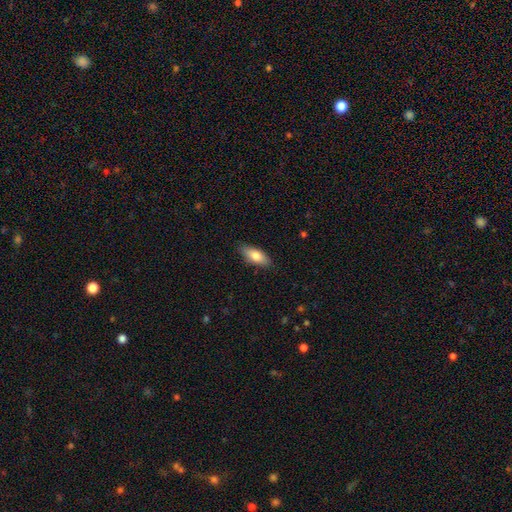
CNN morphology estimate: smooth_or_featured: smooth (p=0.78) [alt: featured or disk p=0.16]
how_rounded: in between (p=0.79) [alt: cigar-shaped p=0.18]
merging: none (p=0.86) [alt: minor disturbance p=0.11]